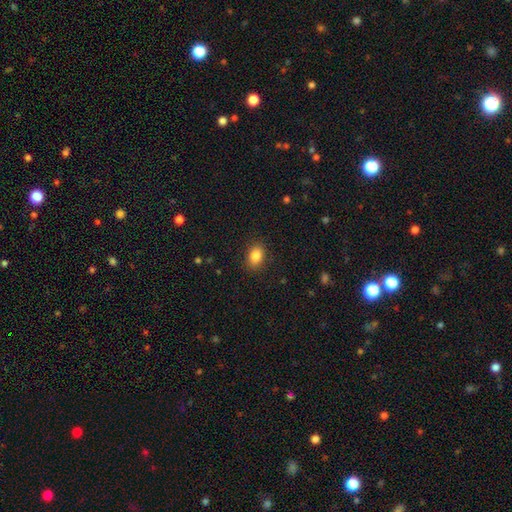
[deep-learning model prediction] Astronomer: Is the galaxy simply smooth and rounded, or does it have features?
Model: smooth — 86%.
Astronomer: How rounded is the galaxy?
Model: in between — 79%.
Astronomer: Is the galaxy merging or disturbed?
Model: none — 87%.